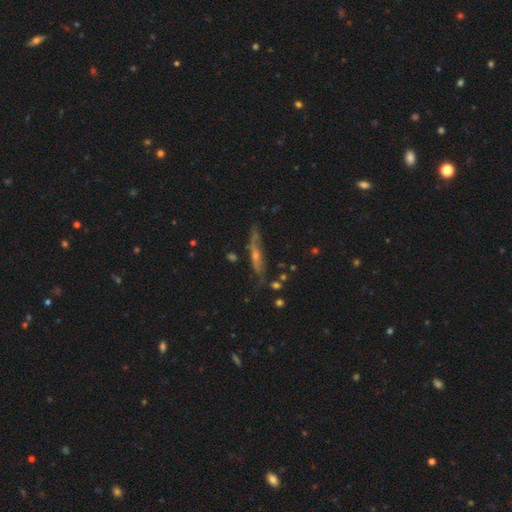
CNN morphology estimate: Smooth or featured? featured or disk (57%)
Edge-on disk? yes (74%)
Merging? none (66%)